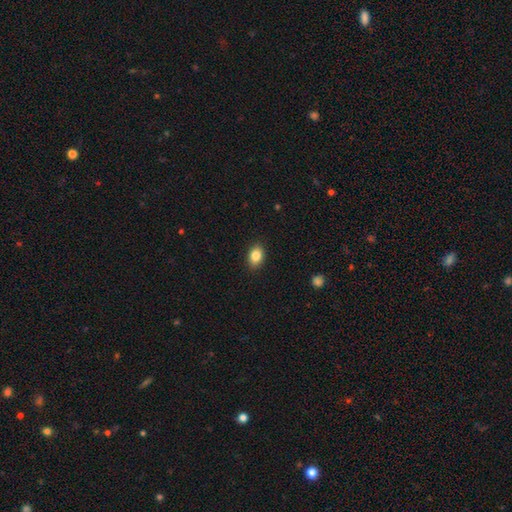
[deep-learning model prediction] Morphology: type=smooth (85%); roundness=in between (80%); merging=none (89%).